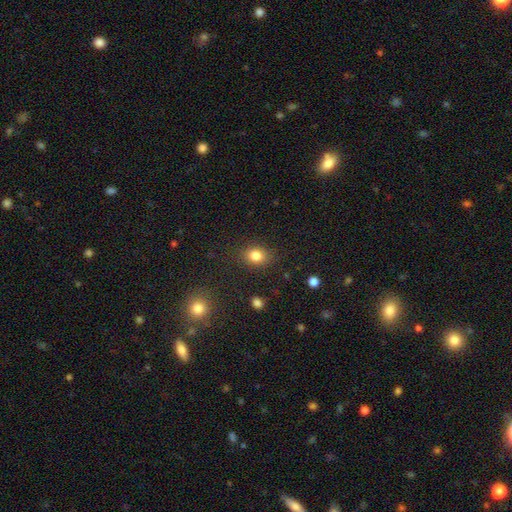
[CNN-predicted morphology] This appears to be a smooth galaxy with no disk features (82%) that is in between round and cigar-shaped (53%). Merging: none (85%).